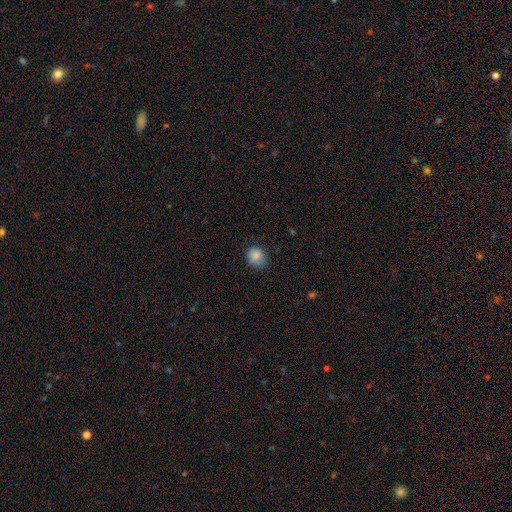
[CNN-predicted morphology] type=smooth (85%); roundness=round (72%); merging=none (72%).